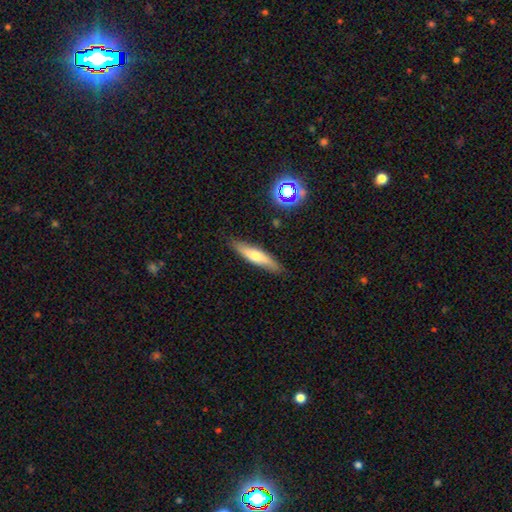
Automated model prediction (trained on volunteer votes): This is possibly a smooth galaxy (58%). How rounded: likely cigar-shaped (78%). Merging: clearly none (84%).